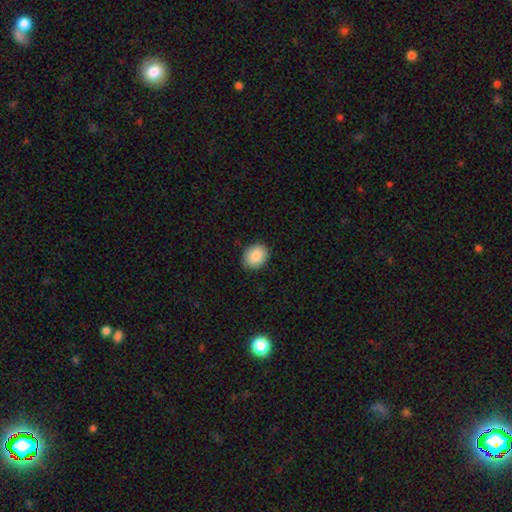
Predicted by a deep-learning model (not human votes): A smooth galaxy with no disk features (88%) that is round (50%).

Vote fractions:
- Smooth or featured? smooth: 88% / star or artifact: 7% / featured or disk: 5%
- How rounded? round: 50% / in between: 49% / cigar-shaped: 1%
- Merging? none: 87% / minor disturbance: 10% / major disturbance: 2% / merger: 1%